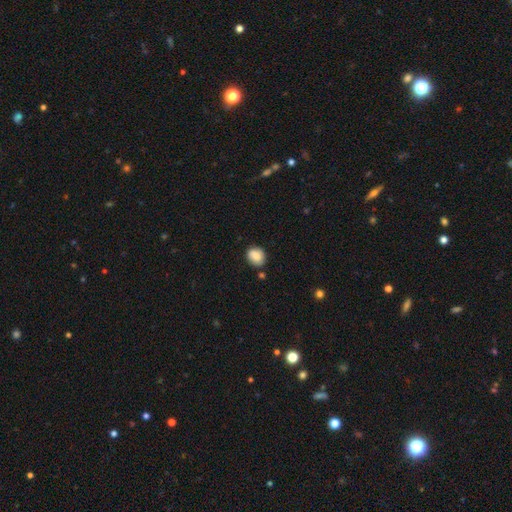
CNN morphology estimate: type=smooth (86%); roundness=round (57%); merging=none (76%).